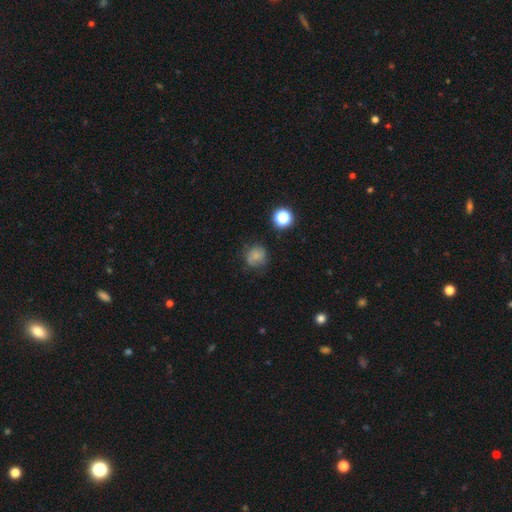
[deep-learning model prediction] smooth 65%, featured or disk 21%, star or artifact 14%. Down the decision tree: how rounded — round (84%); merging — none (67%).